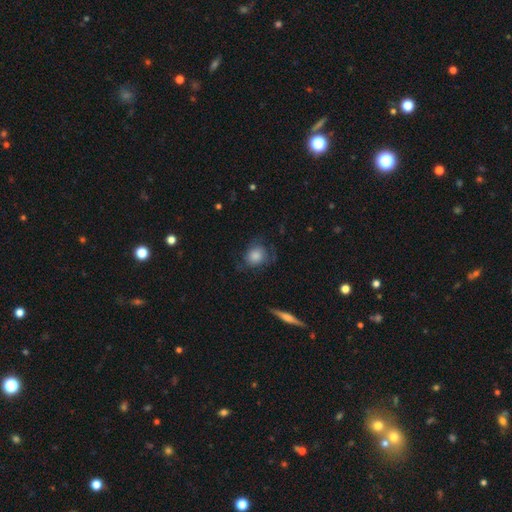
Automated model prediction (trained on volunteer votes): This appears to be a smooth galaxy with no disk features (72%) that is round (63%). Merging: none (54%).